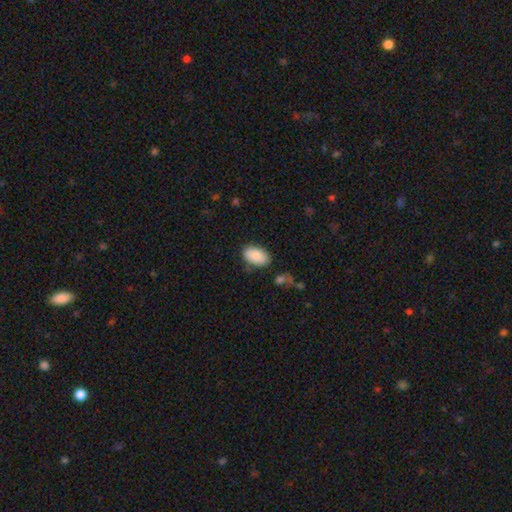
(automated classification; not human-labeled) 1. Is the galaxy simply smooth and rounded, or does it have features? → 87% smooth, 6% featured or disk, 6% star or artifact.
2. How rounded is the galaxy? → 94% in between, 5% round, 1% cigar-shaped.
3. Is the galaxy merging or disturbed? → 81% none, 13% minor disturbance, 3% major disturbance, 2% merger.